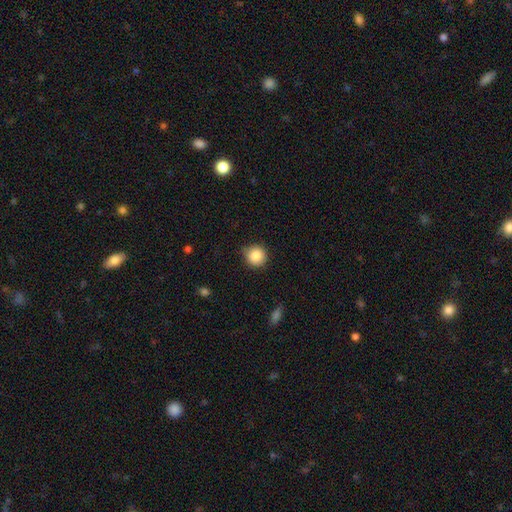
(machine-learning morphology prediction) Smooth or featured? Predicted: smooth (p=0.87). How rounded? Predicted: round (p=0.94). Merging? Predicted: none (p=0.85).